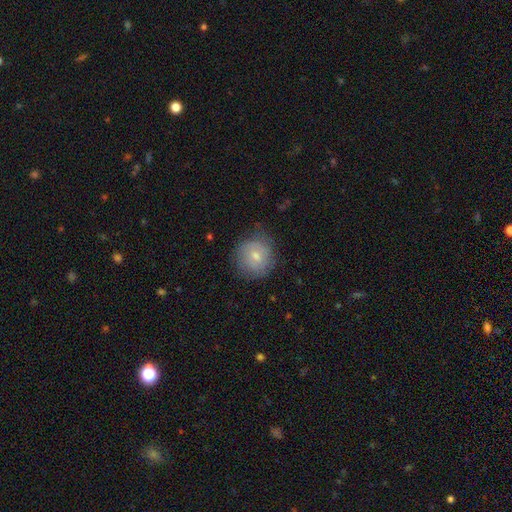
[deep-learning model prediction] smooth_or_featured: smooth (p=0.68) [alt: featured or disk p=0.24]
how_rounded: round (p=0.89) [alt: in between p=0.10]
merging: none (p=0.68) [alt: minor disturbance p=0.23]